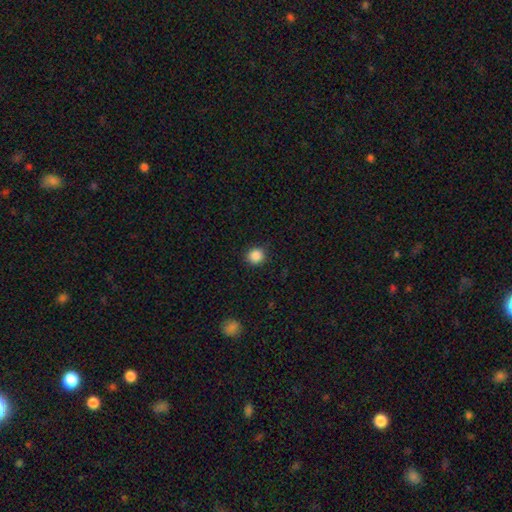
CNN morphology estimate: Smooth or featured: smooth — 87% (star or artifact — 10%)
How rounded: round — 91% (in between — 8%)
Merging: none — 90% (minor disturbance — 7%)